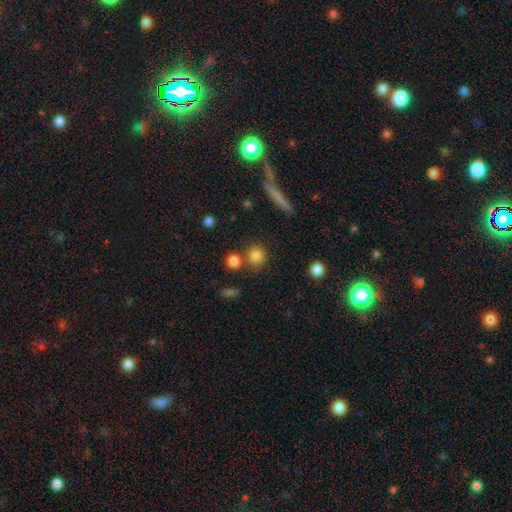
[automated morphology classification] Smooth or featured: smooth — 82% (star or artifact — 11%)
How rounded: round — 89% (in between — 9%)
Merging: none — 73% (merger — 15%)